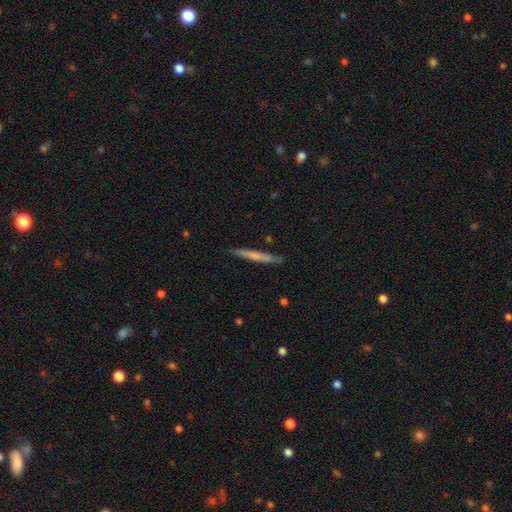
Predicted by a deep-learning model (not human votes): A smooth galaxy with no disk features (54%) that is cigar-shaped (96%).

Vote fractions:
- Smooth or featured? smooth: 54% / featured or disk: 41% / star or artifact: 6%
- How rounded? cigar-shaped: 96% / in between: 3% / round: 1%
- Merging? none: 85% / minor disturbance: 11% / major disturbance: 2% / merger: 2%